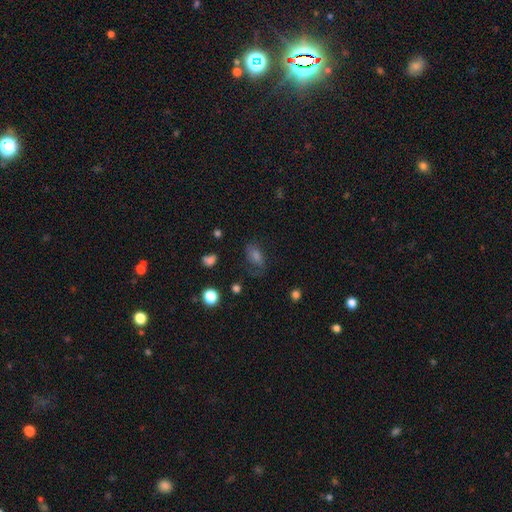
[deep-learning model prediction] Overall: smooth (46%; featured or disk 30%). Merging: none (60%; minor disturbance 22%).